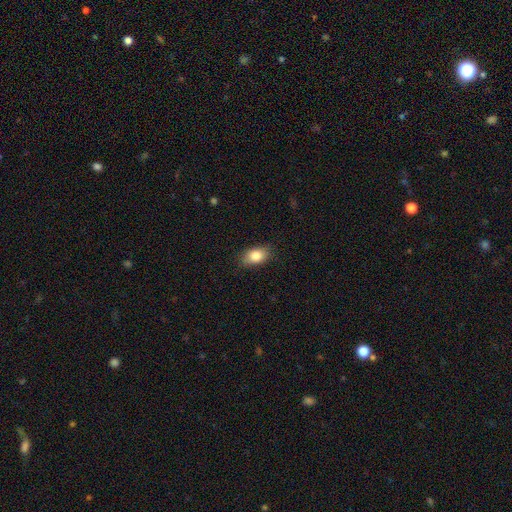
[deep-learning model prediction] This is clearly a smooth galaxy (84%). How rounded: clearly in between (84%). Merging: clearly none (81%).